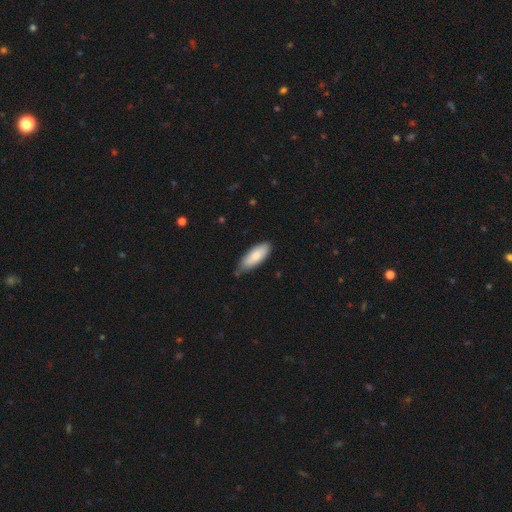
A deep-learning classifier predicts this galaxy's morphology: Smooth or featured?
  - smooth: 83% *
  - featured or disk: 12%
  - star or artifact: 6%
How rounded?
  - in between: 72% *
  - cigar-shaped: 26%
  - round: 2%
Merging?
  - none: 70% *
  - minor disturbance: 24%
  - major disturbance: 3%
  - merger: 2%